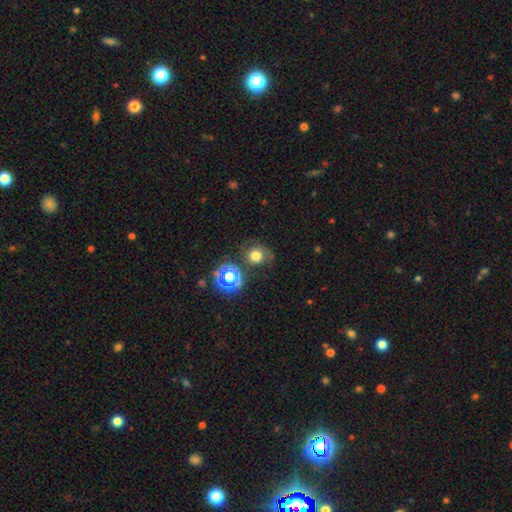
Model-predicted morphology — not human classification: Smooth or featured? smooth (69%)
How rounded? round (81%)
Merging? none (65%)